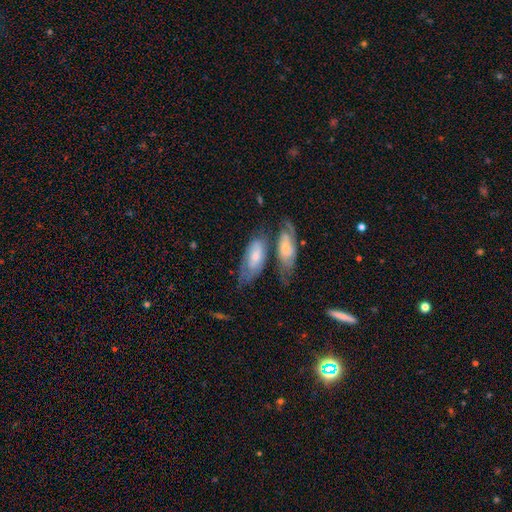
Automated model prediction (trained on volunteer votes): This appears to be a featured or disk galaxy (52%). Merging: none (37%).